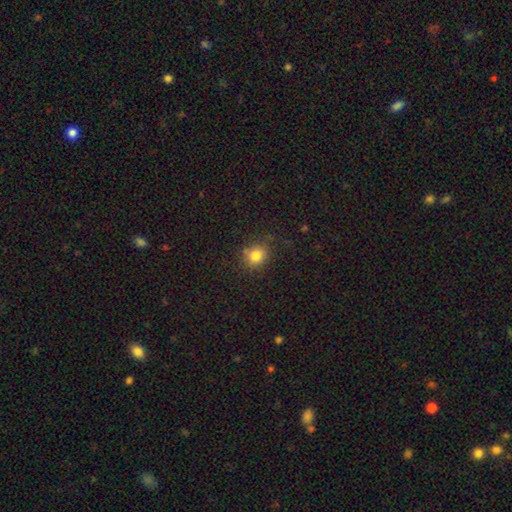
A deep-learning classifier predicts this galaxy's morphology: Smooth or featured: smooth — 81% (star or artifact — 13%)
How rounded: round — 75% (in between — 24%)
Merging: none — 81% (minor disturbance — 13%)